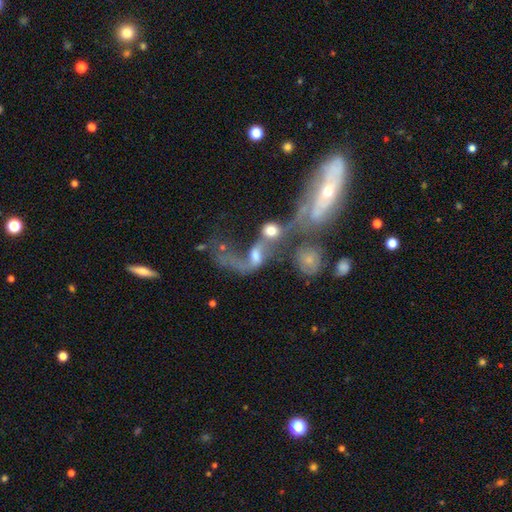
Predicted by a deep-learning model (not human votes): Smooth or featured: featured or disk — 55% (smooth — 30%)
Edge-on disk: no — 93% (yes — 7%)
Bar: no — 62% (weak — 27%)
Spiral arms: yes — 65% (no — 35%)
Bulge size: moderate — 38% (small — 28%)
Merging: merger — 65% (major disturbance — 19%)